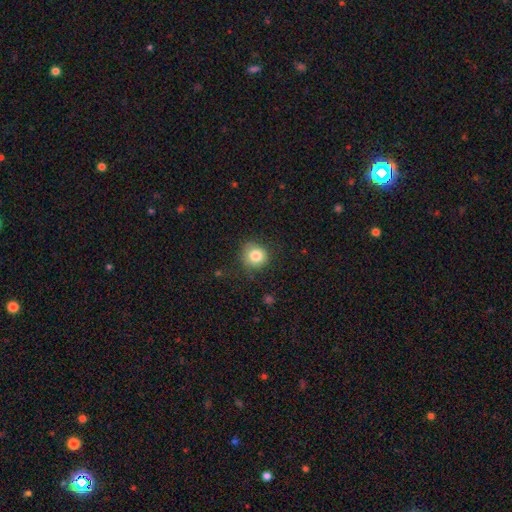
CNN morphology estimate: This appears to be a smooth galaxy with no disk features (83%) that is round (89%). Merging: none (79%).